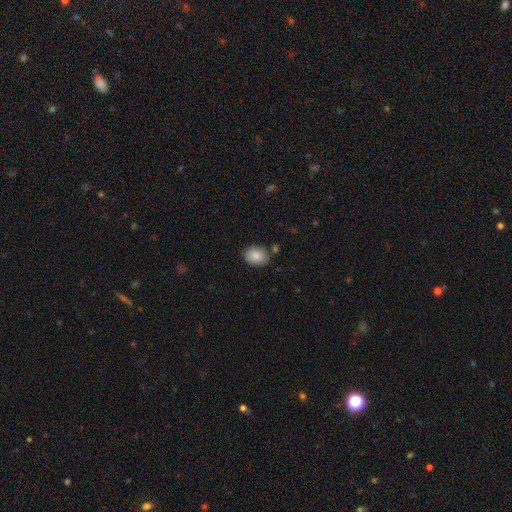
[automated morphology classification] This is clearly a smooth galaxy (87%). How rounded: likely in between (69%). Merging: likely none (79%).